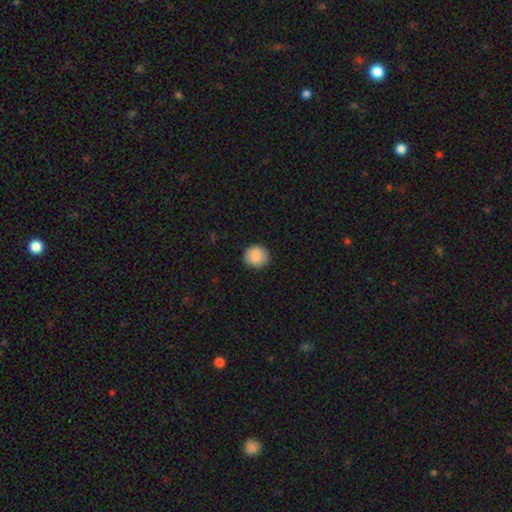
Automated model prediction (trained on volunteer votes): A smooth galaxy with no disk features (88%) that is round (88%). Merging: none (90%).